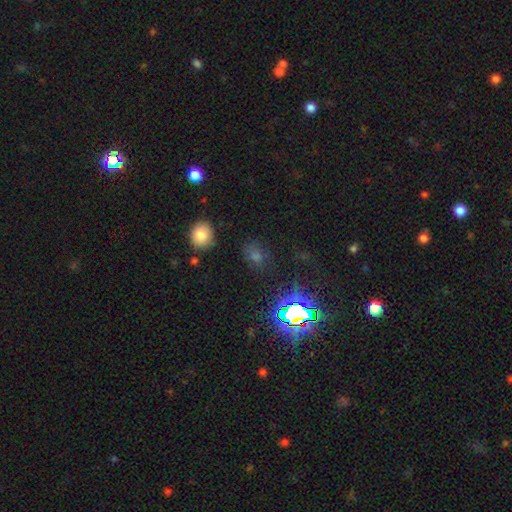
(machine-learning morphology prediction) Smooth or featured? star or artifact (46%)